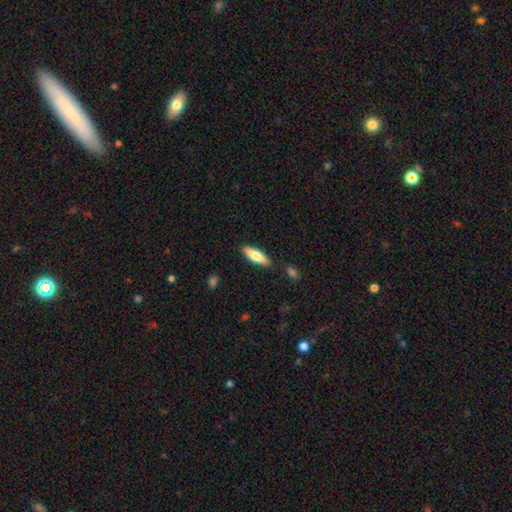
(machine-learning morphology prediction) This appears to be a smooth galaxy with no disk features (67%) that is cigar-shaped (49%, tied with in between). Merging: none (86%).